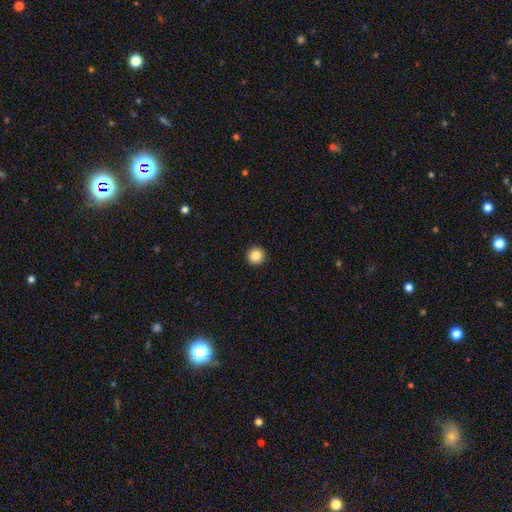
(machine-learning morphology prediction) type=smooth (85%); roundness=round (96%); merging=none (94%).